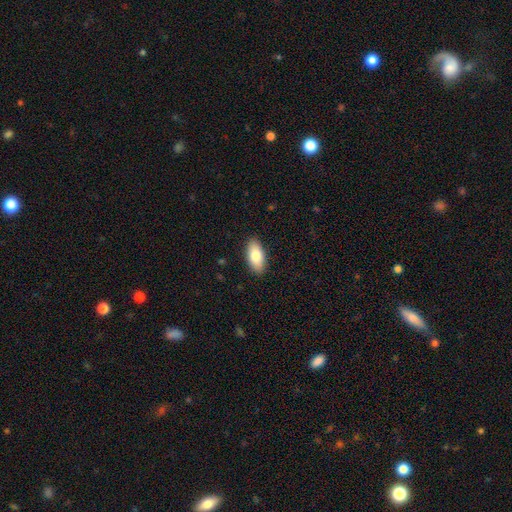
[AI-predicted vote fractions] Smooth or featured: smooth — 81% (featured or disk — 13%)
How rounded: in between — 91% (cigar-shaped — 6%)
Merging: none — 89% (minor disturbance — 8%)